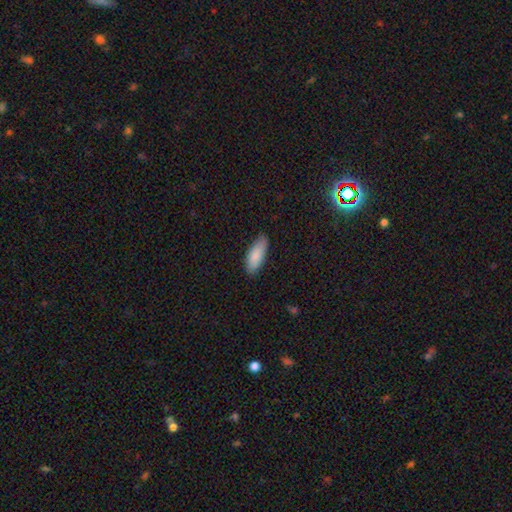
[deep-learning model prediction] This is clearly a smooth galaxy (87%). How rounded: likely in between (74%). Merging: clearly none (82%).